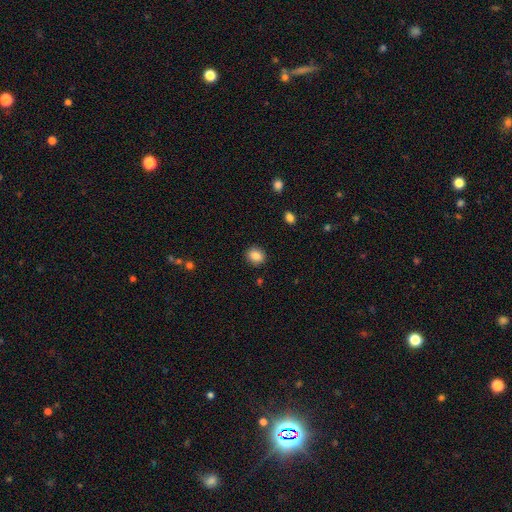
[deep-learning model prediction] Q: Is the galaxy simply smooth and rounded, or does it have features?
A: smooth — 86%.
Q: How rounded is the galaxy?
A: round — 73%.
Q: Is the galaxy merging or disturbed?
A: none — 90%.